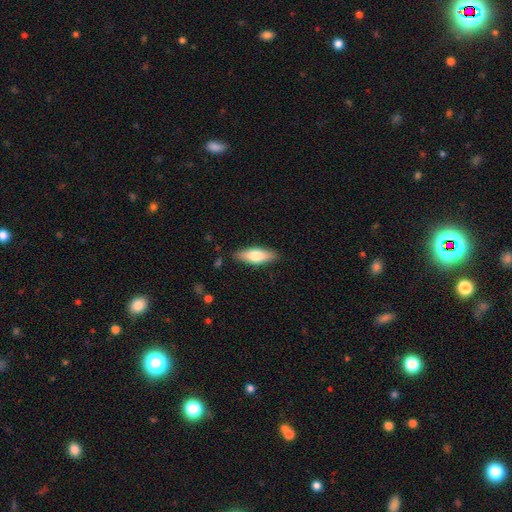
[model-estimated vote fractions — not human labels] Smooth or featured? Predicted: smooth (p=0.70). How rounded? Predicted: in between (p=0.65). Merging? Predicted: none (p=0.86).